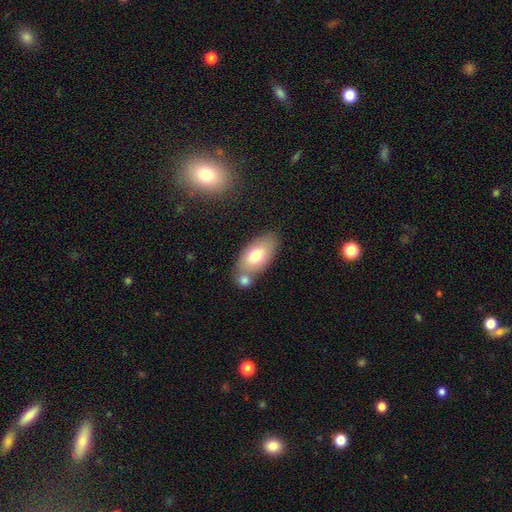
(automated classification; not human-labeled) A smooth galaxy with no disk features (72%) that is in between round and cigar-shaped (92%).

Vote fractions:
- Smooth or featured? smooth: 72% / featured or disk: 21% / star or artifact: 7%
- How rounded? in between: 92% / round: 5% / cigar-shaped: 4%
- Merging? none: 53% / merger: 28% / minor disturbance: 14% / major disturbance: 4%